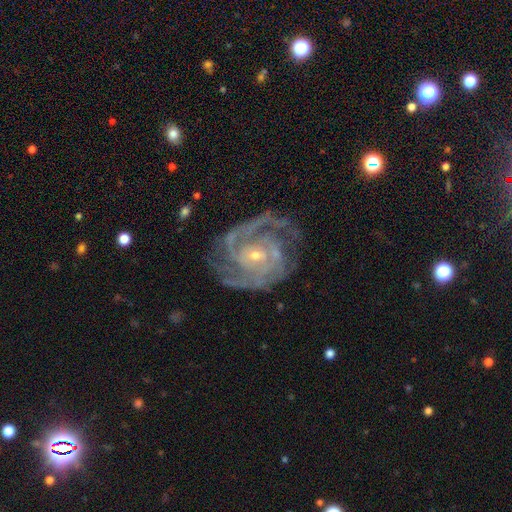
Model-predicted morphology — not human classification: A featured or disk galaxy (91%) with no bar (58%), 2 (32%) tight (58%) spiral arms (98%) and a small central bulge (68%).

Vote fractions:
- Smooth or featured? featured or disk: 91% / star or artifact: 5% / smooth: 4%
- Edge-on disk? no: 98% / yes: 2%
- Bar? no: 58% / weak: 32% / strong: 10%
- Spiral arms? yes: 98% / no: 2%
- Spiral winding? tight: 58% / medium: 36% / loose: 6%
- Spiral arm count? 2: 32% / 3: 28% / can't tell: 16% / 4: 11% / more than 4: 6% / 1: 6%
- Bulge size? small: 68% / moderate: 29% / none: 1% / large: 1% / dominant: 1%
- Merging? none: 68% / minor disturbance: 19% / major disturbance: 11% / merger: 2%